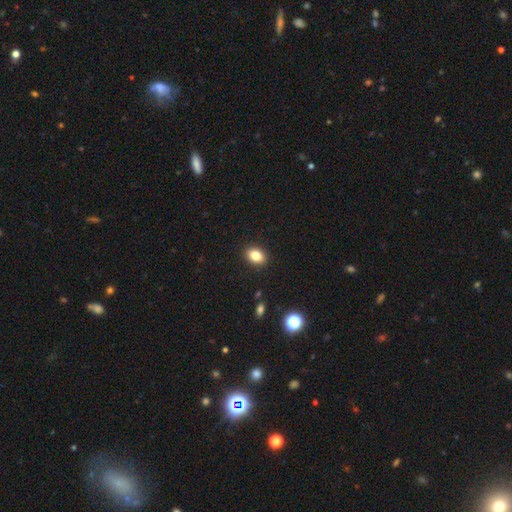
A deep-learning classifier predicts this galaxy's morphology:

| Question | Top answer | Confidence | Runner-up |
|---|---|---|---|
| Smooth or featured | smooth | 83% | star or artifact (10%) |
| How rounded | in between | 76% | round (23%) |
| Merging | none | 90% | minor disturbance (7%) |